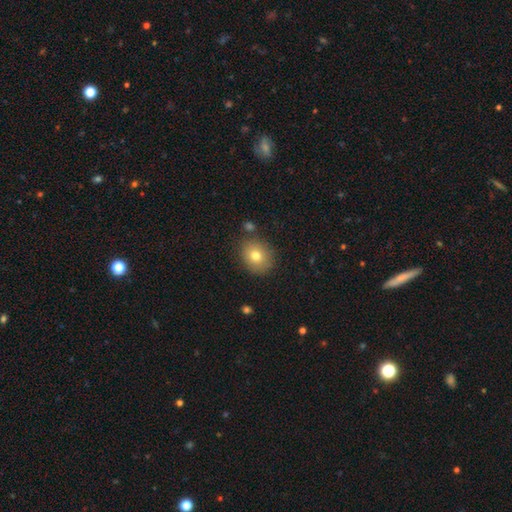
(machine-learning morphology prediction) smooth 77%, featured or disk 12%, star or artifact 11%. Down the decision tree: how rounded — round (65%); merging — none (81%).